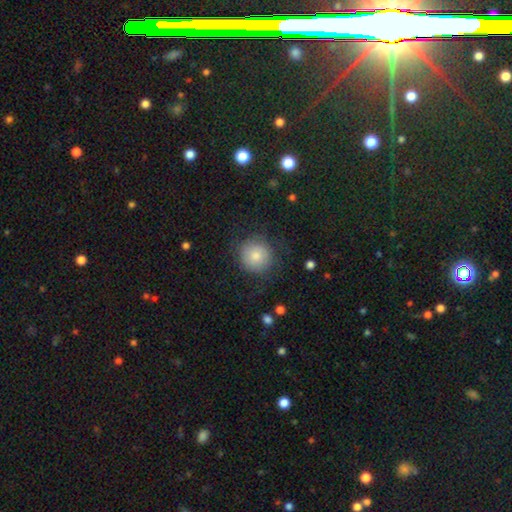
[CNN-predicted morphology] Q: Smooth or featured?
A: smooth (76%); runner-up: featured or disk (16%)
Q: How rounded?
A: round (92%); runner-up: in between (7%)
Q: Merging?
A: none (74%); runner-up: minor disturbance (16%)